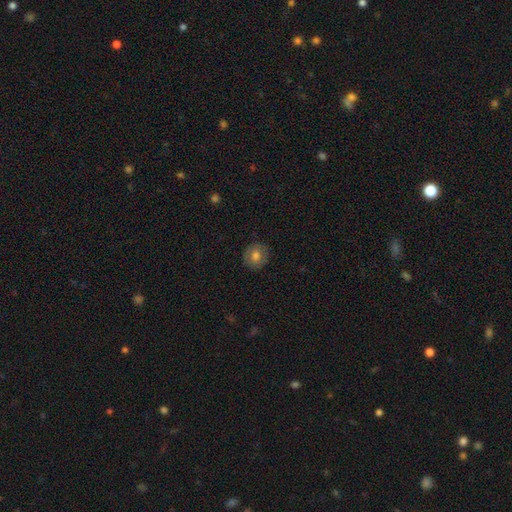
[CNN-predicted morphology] Smooth or featured? Predicted: smooth (p=0.77). How rounded? Predicted: round (p=0.88). Merging? Predicted: none (p=0.90).